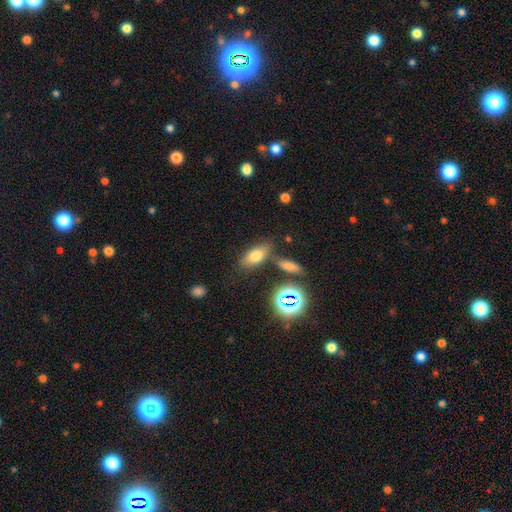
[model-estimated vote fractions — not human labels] A smooth galaxy with no disk features (71%) that is in between round and cigar-shaped (84%).

Vote fractions:
- Smooth or featured? smooth: 71% / star or artifact: 15% / featured or disk: 14%
- How rounded? in between: 84% / cigar-shaped: 9% / round: 8%
- Merging? none: 70% / minor disturbance: 13% / merger: 12% / major disturbance: 5%